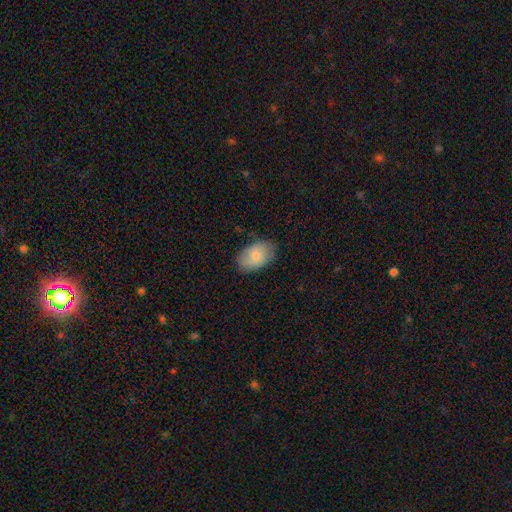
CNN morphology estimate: A smooth galaxy with no disk features (75%) that is in between round and cigar-shaped (91%).

Vote fractions:
- Smooth or featured? smooth: 75% / featured or disk: 18% / star or artifact: 6%
- How rounded? in between: 91% / round: 8% / cigar-shaped: 1%
- Merging? none: 77% / minor disturbance: 18% / major disturbance: 4% / merger: 1%